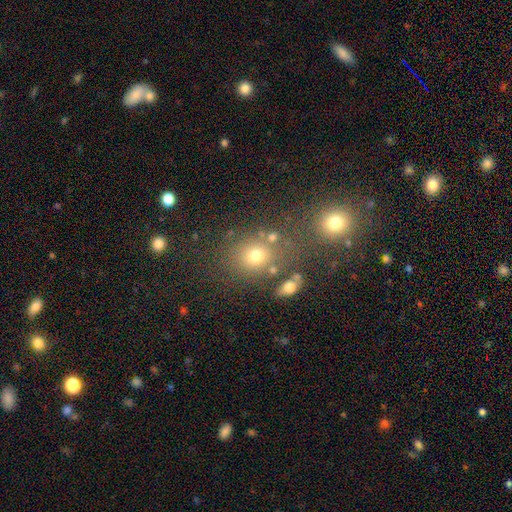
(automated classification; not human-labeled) A smooth galaxy with no disk features (70%) that is round (67%).

Vote fractions:
- Smooth or featured? smooth: 70% / star or artifact: 19% / featured or disk: 12%
- How rounded? round: 67% / in between: 32% / cigar-shaped: 1%
- Merging? none: 66% / merger: 15% / minor disturbance: 12% / major disturbance: 7%